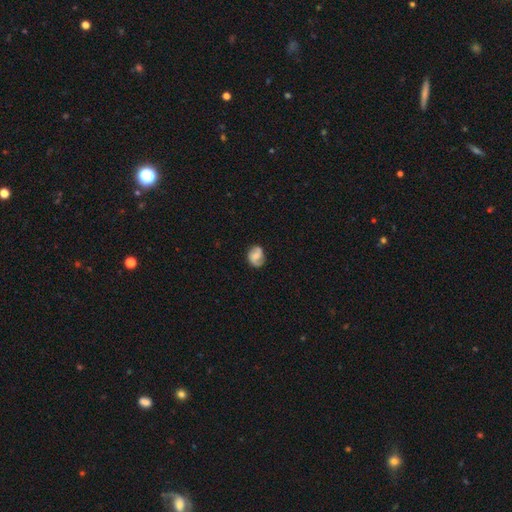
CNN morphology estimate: Q: Smooth or featured?
A: featured or disk (56%); runner-up: smooth (36%)
Q: Edge-on disk?
A: no (97%); runner-up: yes (3%)
Q: Bar?
A: no (47%); runner-up: weak (42%)
Q: Spiral arms?
A: yes (90%); runner-up: no (10%)
Q: Bulge size?
A: small (37%); runner-up: moderate (34%)
Q: Merging?
A: none (74%); runner-up: minor disturbance (19%)